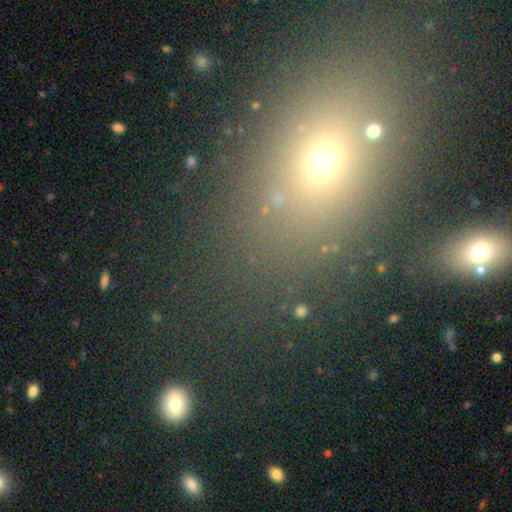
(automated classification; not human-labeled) A smooth galaxy with no disk features (57%) that is in between round and cigar-shaped (63%). Merging: none (75%).